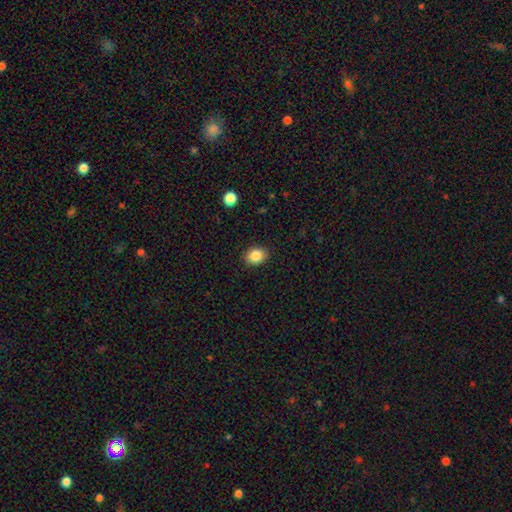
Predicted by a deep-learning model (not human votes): Q: Smooth or featured?
A: smooth (85%); runner-up: star or artifact (9%)
Q: How rounded?
A: round (50%); runner-up: in between (49%)
Q: Merging?
A: none (89%); runner-up: minor disturbance (8%)